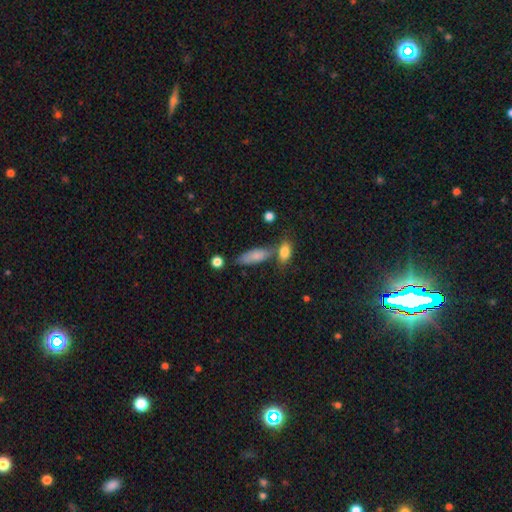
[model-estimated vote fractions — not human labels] Q: Smooth or featured?
A: smooth (80%); runner-up: featured or disk (13%)
Q: How rounded?
A: in between (65%); runner-up: cigar-shaped (31%)
Q: Merging?
A: none (57%); runner-up: merger (20%)